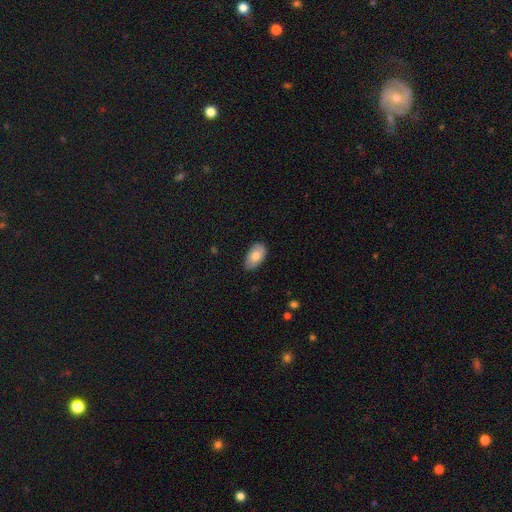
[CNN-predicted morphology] This is clearly a smooth galaxy (81%). How rounded: clearly in between (95%). Merging: clearly none (82%).